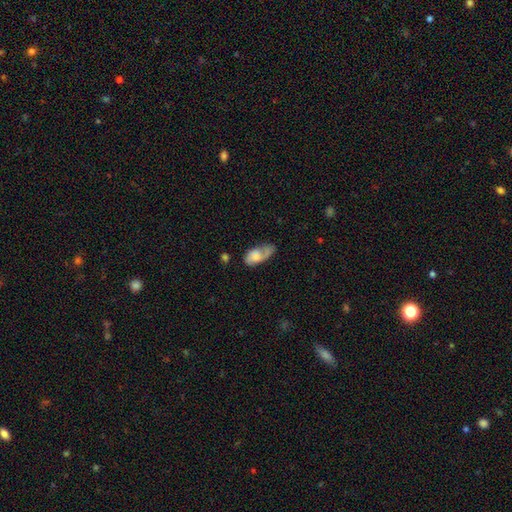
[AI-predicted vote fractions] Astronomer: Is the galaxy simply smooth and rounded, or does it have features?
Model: smooth — 58% (runner-up: featured or disk, 34%).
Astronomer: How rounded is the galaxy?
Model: in between — 89%.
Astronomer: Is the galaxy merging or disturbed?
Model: none — 35% (runner-up: minor disturbance, 33%).